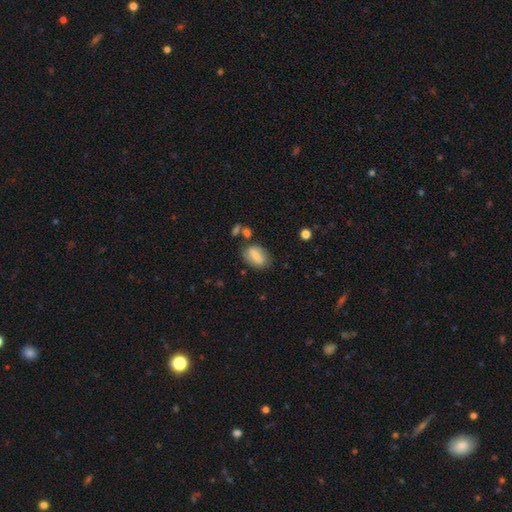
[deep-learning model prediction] Smooth or featured? smooth (65%)
How rounded? in between (85%)
Merging? none (68%)